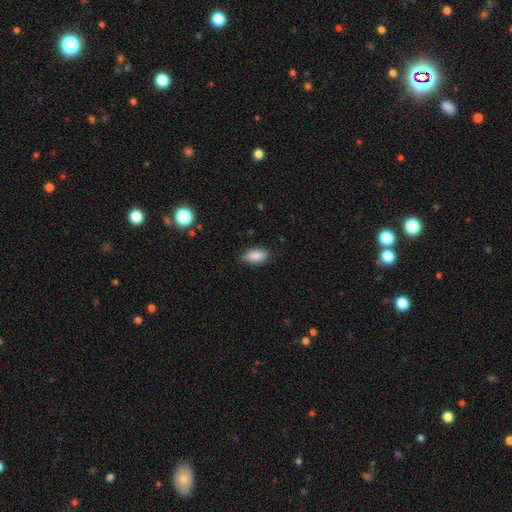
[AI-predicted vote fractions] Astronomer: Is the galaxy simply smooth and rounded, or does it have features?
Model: smooth — 89%.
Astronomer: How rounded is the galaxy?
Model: in between — 92%.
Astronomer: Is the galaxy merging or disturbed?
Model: none — 82%.